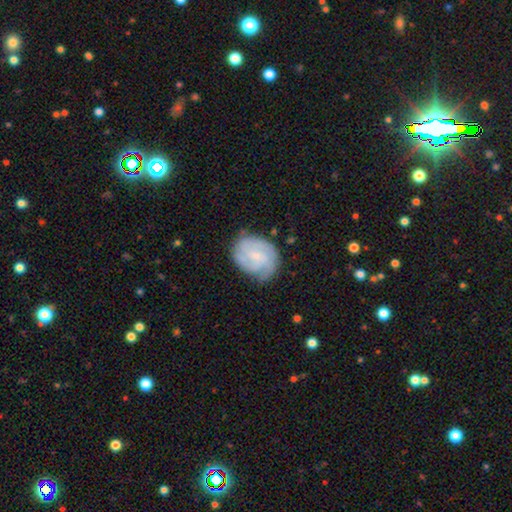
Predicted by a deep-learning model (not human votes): smooth_or_featured: featured or disk (p=0.74) [alt: smooth p=0.20]
disk_edge_on: no (p=0.98) [alt: yes p=0.02]
bar: no (p=0.52) [alt: weak p=0.42]
has_spiral_arms: yes (p=0.95) [alt: no p=0.05]
spiral_winding: tight (p=0.54) [alt: medium p=0.37]
spiral_arm_count: 3 (p=0.39) [alt: 2 p=0.23]
bulge_size: small (p=0.59) [alt: moderate p=0.21]
merging: none (p=0.72) [alt: minor disturbance p=0.20]